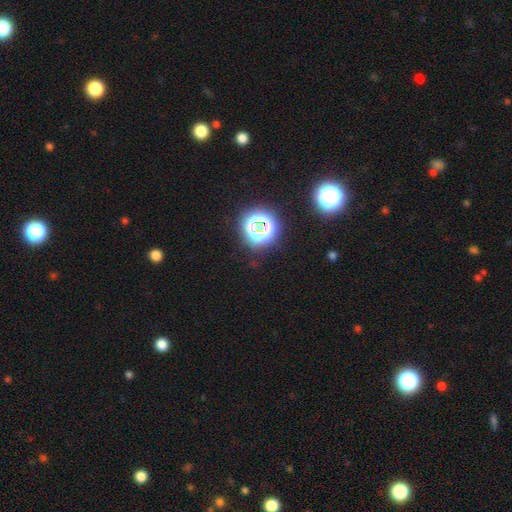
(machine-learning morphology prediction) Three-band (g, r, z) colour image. It shows a star or artifact, not a galaxy (80%).